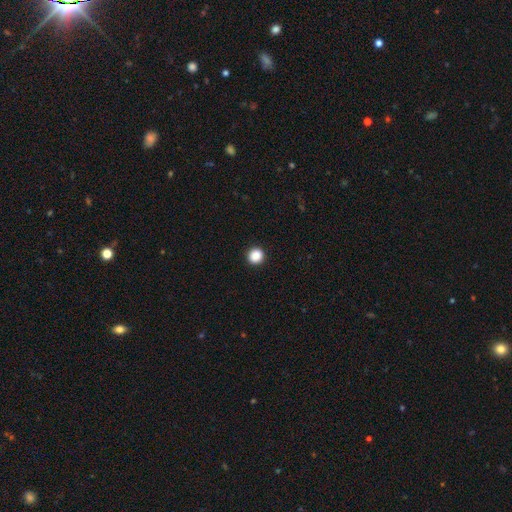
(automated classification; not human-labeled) Smooth or featured: smooth — 88% (star or artifact — 9%)
How rounded: round — 93% (in between — 6%)
Merging: none — 93% (minor disturbance — 4%)